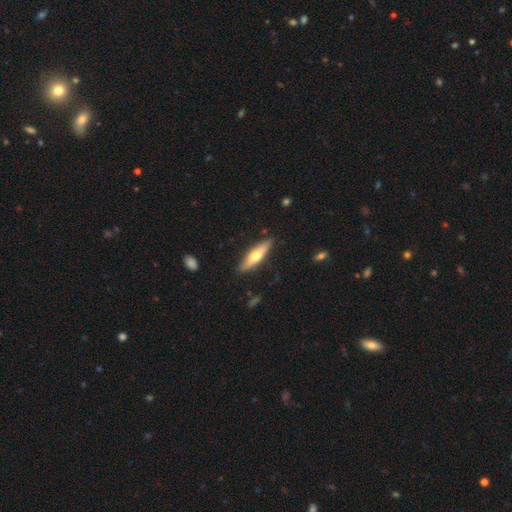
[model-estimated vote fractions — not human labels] smooth-or-featured: featured or disk: 50% | smooth: 45% | star or artifact: 5%
  merging: none: 88% | minor disturbance: 9% | major disturbance: 2% | merger: 1%